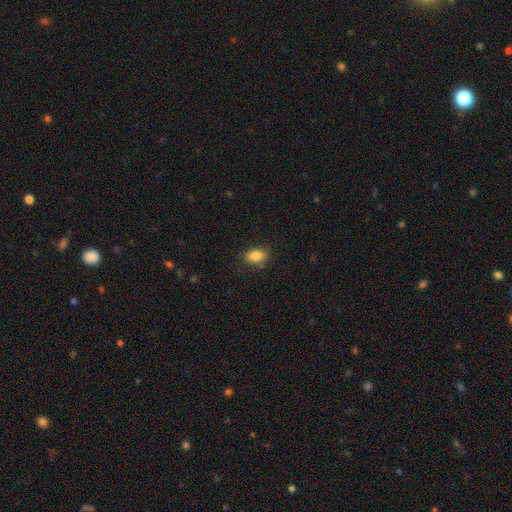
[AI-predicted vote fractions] This is clearly a smooth galaxy (86%). How rounded: clearly in between (85%). Merging: clearly none (83%).